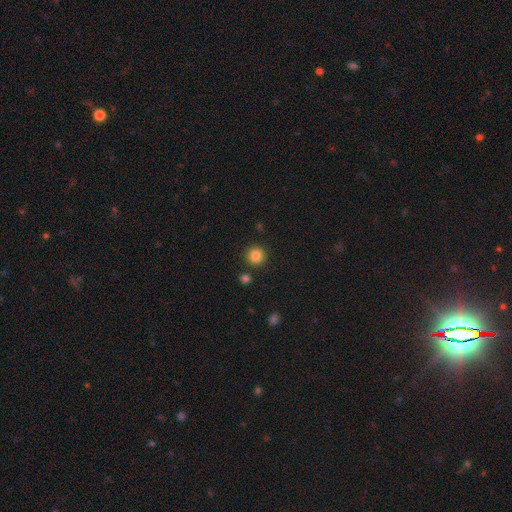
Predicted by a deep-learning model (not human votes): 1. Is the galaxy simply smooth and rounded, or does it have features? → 85% smooth, 11% star or artifact, 4% featured or disk.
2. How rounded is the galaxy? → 94% round, 5% in between, 1% cigar-shaped.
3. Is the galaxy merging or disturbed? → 88% none, 6% minor disturbance, 3% merger, 2% major disturbance.